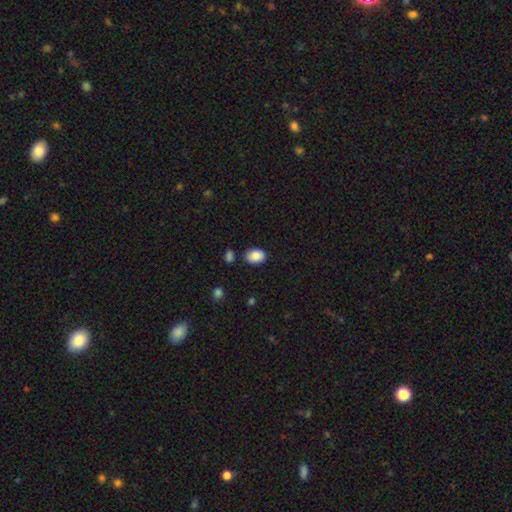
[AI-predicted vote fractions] The model was most divided on "how rounded": in between: 74%, round: 25%, cigar-shaped: 1%. More confident: smooth or featured — smooth (86%); merging — none (83%).